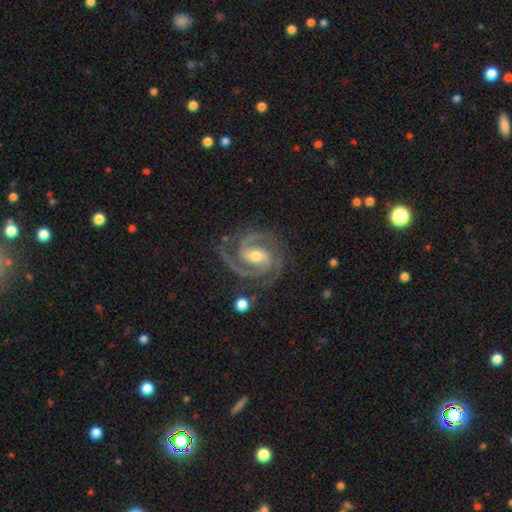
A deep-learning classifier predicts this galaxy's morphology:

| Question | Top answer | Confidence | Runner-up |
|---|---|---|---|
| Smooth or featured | featured or disk | 94% | star or artifact (4%) |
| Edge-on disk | no | 98% | yes (2%) |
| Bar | weak | 44% | strong (33%) |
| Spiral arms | yes | 99% | no (1%) |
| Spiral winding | tight | 53% | medium (43%) |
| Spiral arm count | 2 | 61% | 3 (29%) |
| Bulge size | moderate | 58% | small (37%) |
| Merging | none | 79% | minor disturbance (14%) |